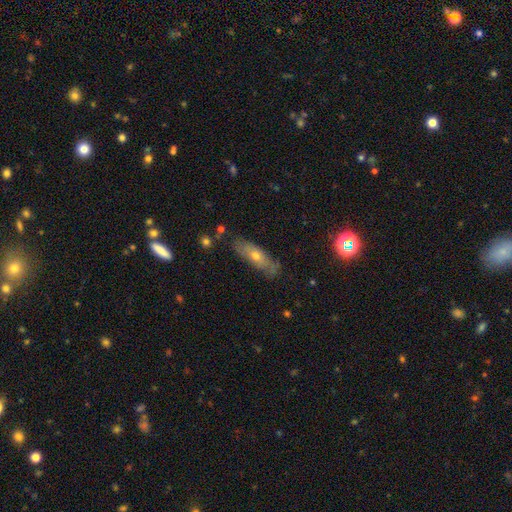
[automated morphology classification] Q: Smooth or featured?
A: featured or disk (46%); runner-up: smooth (45%)
Q: Merging?
A: none (76%); runner-up: minor disturbance (18%)